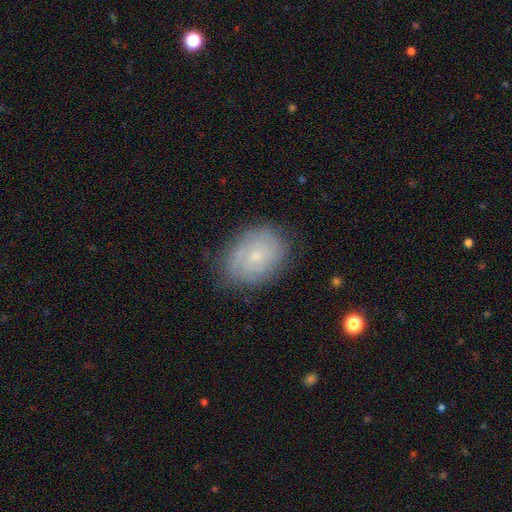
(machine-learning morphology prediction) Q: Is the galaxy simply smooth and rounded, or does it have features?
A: featured or disk — 53%.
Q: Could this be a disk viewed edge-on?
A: no — 96%.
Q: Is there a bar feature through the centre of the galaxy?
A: no — 81%.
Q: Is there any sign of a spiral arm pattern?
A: yes — 79%.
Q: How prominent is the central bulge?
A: small — 74%.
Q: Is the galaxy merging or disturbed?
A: none — 78%.